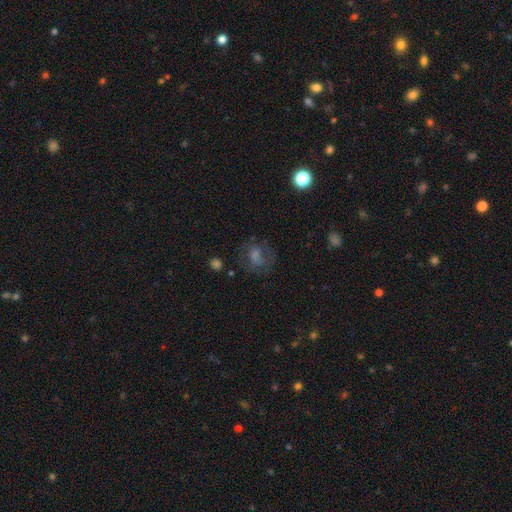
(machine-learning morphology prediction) This appears to be a smooth galaxy with no disk features (40%). Merging: none (67%).